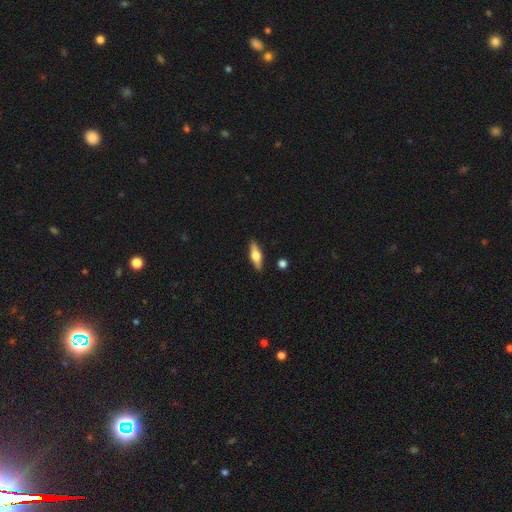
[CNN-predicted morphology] Q: Smooth or featured?
A: featured or disk (53%); runner-up: smooth (41%)
Q: Edge-on disk?
A: yes (93%); runner-up: no (7%)
Q: Merging?
A: none (88%); runner-up: minor disturbance (8%)